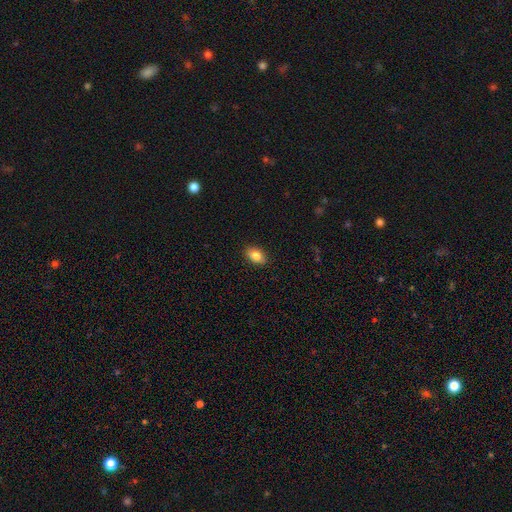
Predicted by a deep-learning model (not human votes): smooth_or_featured: smooth (p=0.86) [alt: star or artifact p=0.08]
how_rounded: in between (p=0.88) [alt: round p=0.11]
merging: none (p=0.90) [alt: minor disturbance p=0.08]